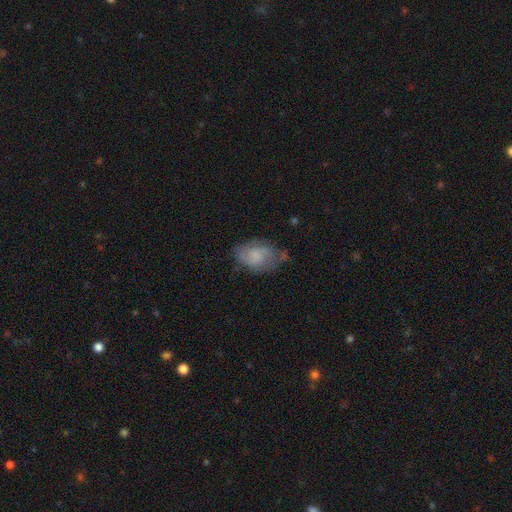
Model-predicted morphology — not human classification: Smooth or featured? featured or disk (52%)
Edge-on disk? no (97%)
Bar? no (63%)
Spiral arms? yes (82%)
Bulge size? none (35%)
Merging? none (56%)